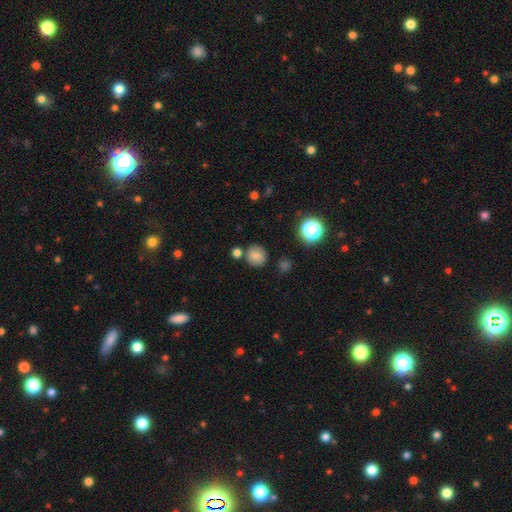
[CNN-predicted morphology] The model was most divided on "merging": none: 76%, minor disturbance: 11%, merger: 10%, major disturbance: 3%. More confident: how rounded — round (85%); smooth or featured — smooth (80%).